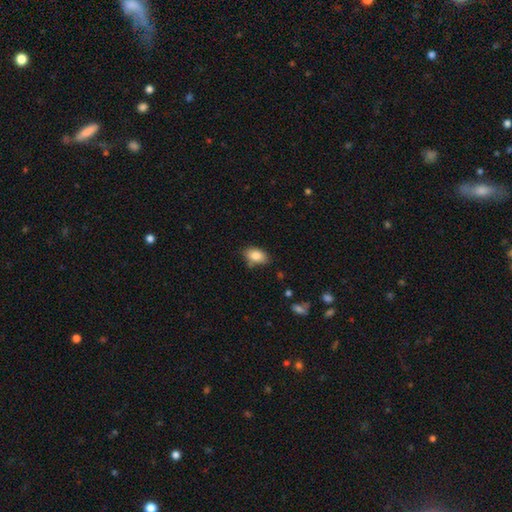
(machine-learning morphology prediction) Overall: smooth (85%). How rounded: in between (90%). Merging: none (74%).